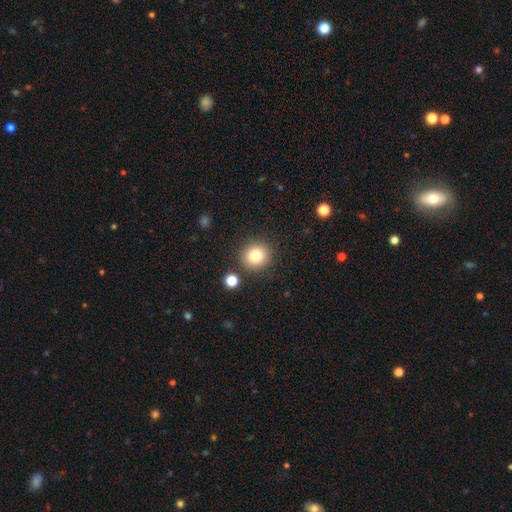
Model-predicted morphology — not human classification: This appears to be a smooth galaxy with no disk features (82%) that is round (89%). Merging: none (86%).